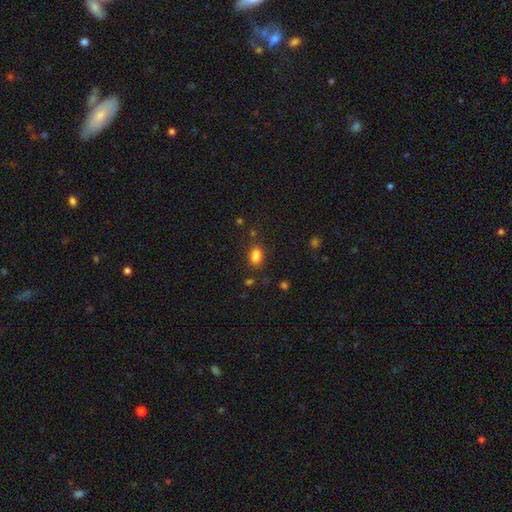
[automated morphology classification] smooth 83%, star or artifact 12%, featured or disk 5%. Down the decision tree: how rounded — in between (82%); merging — none (71%).